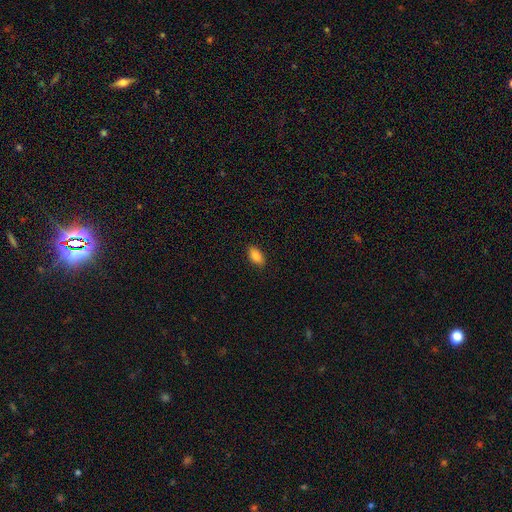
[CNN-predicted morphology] This appears to be a smooth galaxy with no disk features (87%) that is in between round and cigar-shaped (92%). Merging: none (88%).